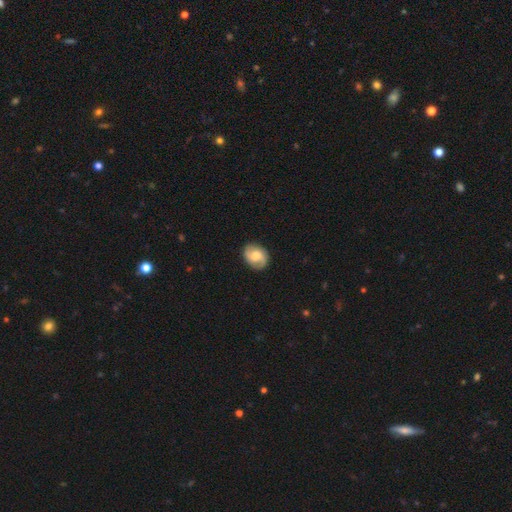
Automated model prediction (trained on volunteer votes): Smooth or featured? Predicted: featured or disk (p=0.62). Edge-on disk? Predicted: no (p=0.97). Bar? Predicted: no (p=0.53). Spiral arms? Predicted: yes (p=0.90). Spiral winding? Predicted: medium (p=0.45). Spiral arm count? Predicted: 2 (p=0.88). Bulge size? Predicted: moderate (p=0.60). Merging? Predicted: none (p=0.84).